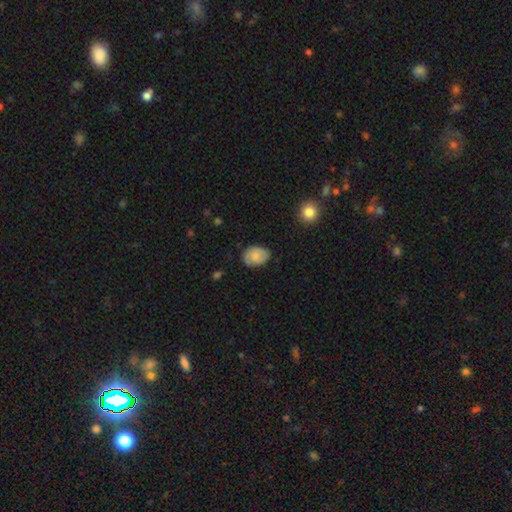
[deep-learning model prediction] A smooth galaxy with no disk features (76%) that is in between round and cigar-shaped (76%).

Vote fractions:
- Smooth or featured? smooth: 76% / featured or disk: 17% / star or artifact: 7%
- How rounded? in between: 76% / round: 23% / cigar-shaped: 1%
- Merging? none: 77% / minor disturbance: 19% / major disturbance: 3% / merger: 1%